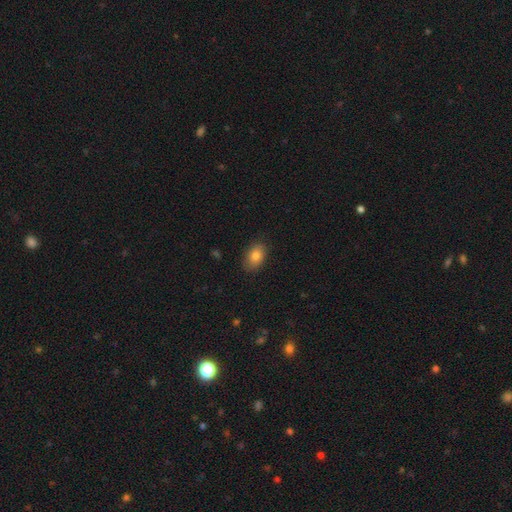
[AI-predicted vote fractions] Smooth or featured?
  - smooth: 83% *
  - featured or disk: 9%
  - star or artifact: 8%
How rounded?
  - in between: 86% *
  - round: 12%
  - cigar-shaped: 1%
Merging?
  - none: 85% *
  - minor disturbance: 12%
  - major disturbance: 3%
  - merger: 1%